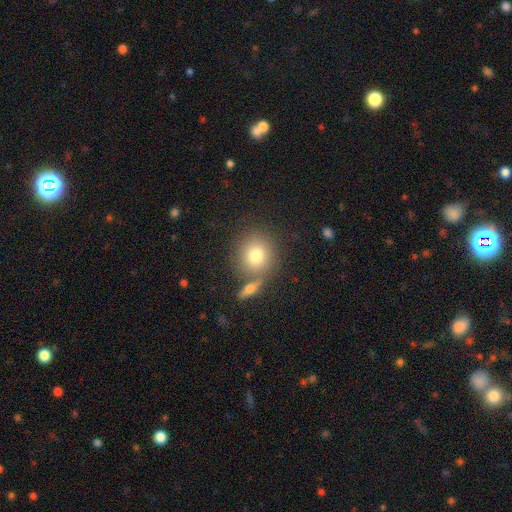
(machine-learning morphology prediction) Q: Smooth or featured?
A: smooth (77%); runner-up: featured or disk (14%)
Q: How rounded?
A: round (84%); runner-up: in between (15%)
Q: Merging?
A: none (64%); runner-up: merger (21%)